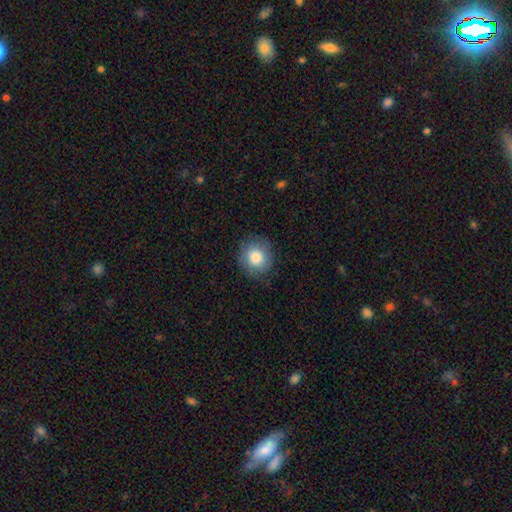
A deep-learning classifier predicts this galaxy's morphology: smooth_or_featured: smooth (p=0.82) [alt: featured or disk p=0.10]
how_rounded: round (p=0.83) [alt: in between p=0.16]
merging: none (p=0.83) [alt: minor disturbance p=0.12]